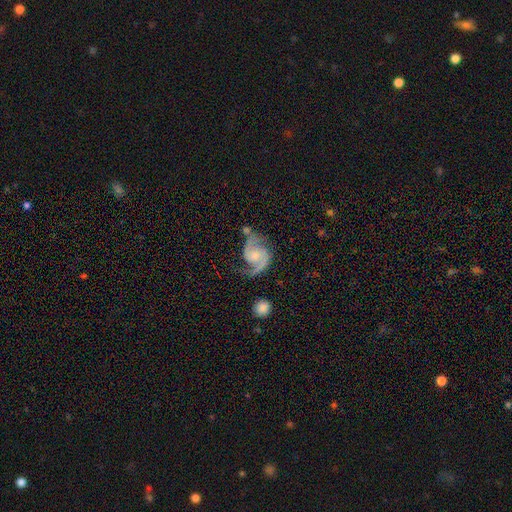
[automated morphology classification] Smooth or featured? Predicted: featured or disk (p=0.91). Edge-on disk? Predicted: no (p=0.98). Bar? Predicted: no (p=0.62). Spiral arms? Predicted: yes (p=0.98). Spiral winding? Predicted: medium (p=0.58). Spiral arm count? Predicted: 2 (p=0.93). Bulge size? Predicted: small (p=0.46). Merging? Predicted: none (p=0.65).